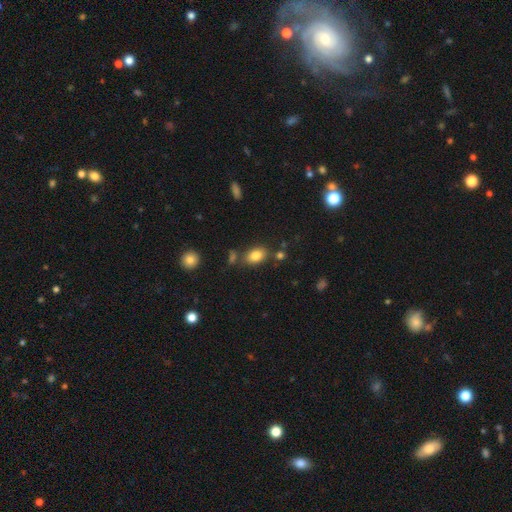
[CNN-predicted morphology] This is clearly a smooth galaxy (82%). How rounded: clearly in between (82%). Merging: likely none (73%).